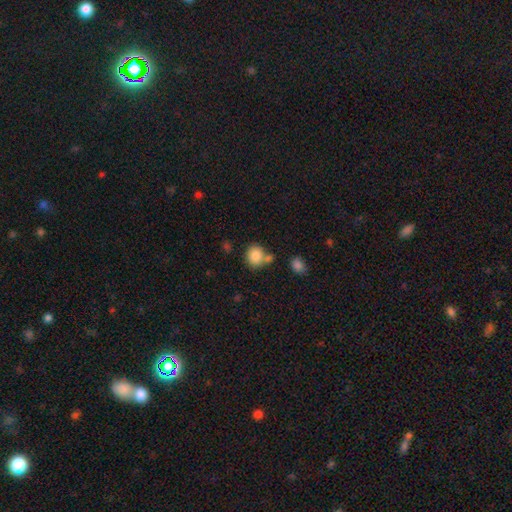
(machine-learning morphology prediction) A smooth galaxy with no disk features (84%) that is round (75%).

Vote fractions:
- Smooth or featured? smooth: 84% / star or artifact: 9% / featured or disk: 7%
- How rounded? round: 75% / in between: 24% / cigar-shaped: 1%
- Merging? none: 60% / merger: 24% / minor disturbance: 12% / major disturbance: 4%